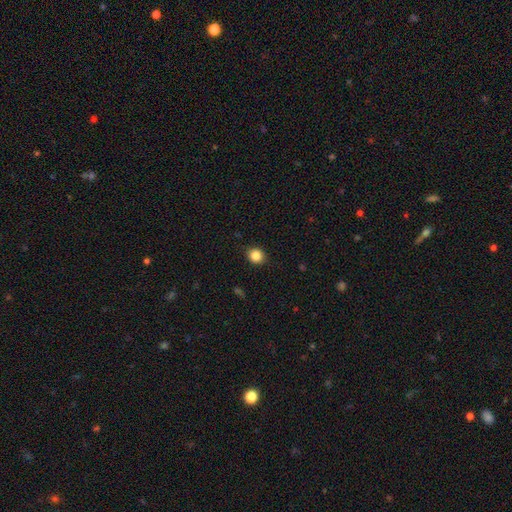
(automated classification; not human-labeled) Q: Smooth or featured?
A: smooth (86%); runner-up: star or artifact (10%)
Q: How rounded?
A: round (75%); runner-up: in between (24%)
Q: Merging?
A: none (87%); runner-up: minor disturbance (9%)